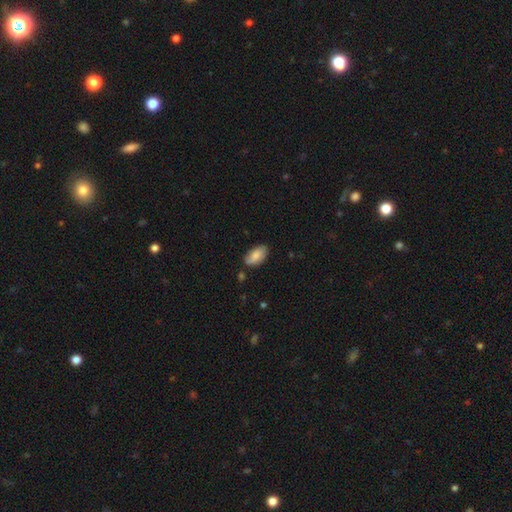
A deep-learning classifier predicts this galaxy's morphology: The model was most divided on "merging": none: 77%, minor disturbance: 18%, major disturbance: 3%, merger: 2%. More confident: how rounded — in between (94%); smooth or featured — smooth (81%).